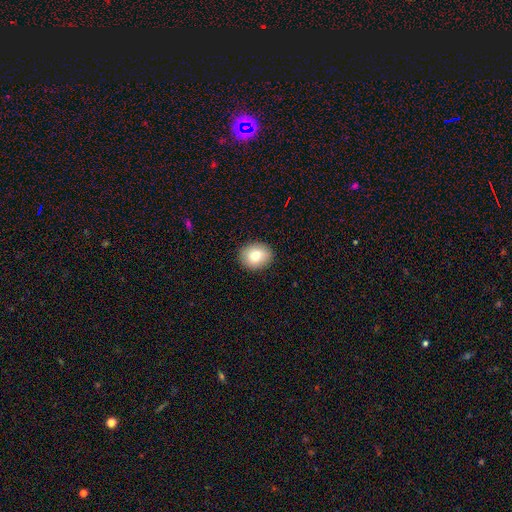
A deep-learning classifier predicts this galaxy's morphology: A smooth galaxy with no disk features (78%) that is round (62%). Merging: none (90%).